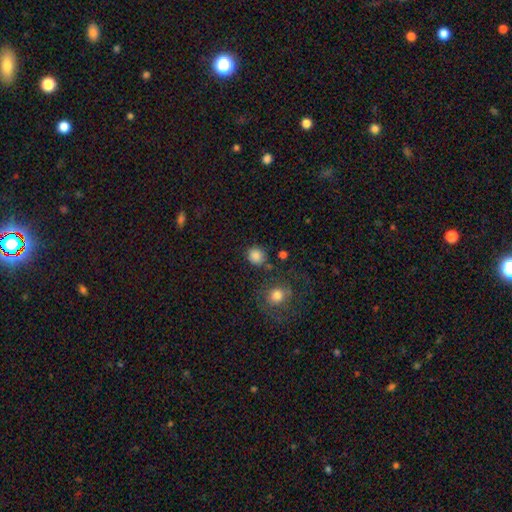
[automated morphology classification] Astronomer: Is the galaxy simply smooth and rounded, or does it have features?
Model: smooth — 85%.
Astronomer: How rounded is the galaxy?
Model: round — 85%.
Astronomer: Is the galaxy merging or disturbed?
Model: none — 79%.